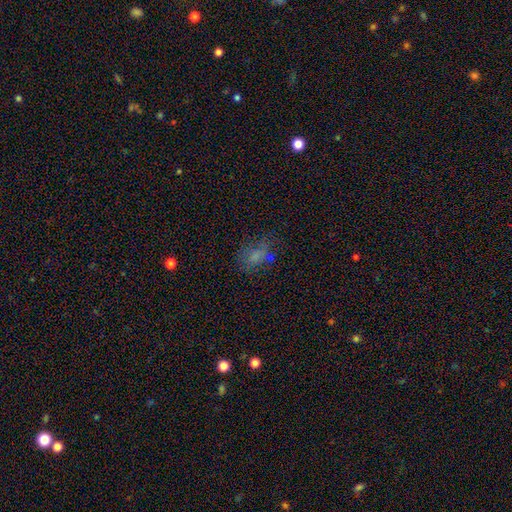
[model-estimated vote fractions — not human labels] Smooth or featured? Predicted: smooth (p=0.62). How rounded? Predicted: in between (p=0.75). Merging? Predicted: none (p=0.53).